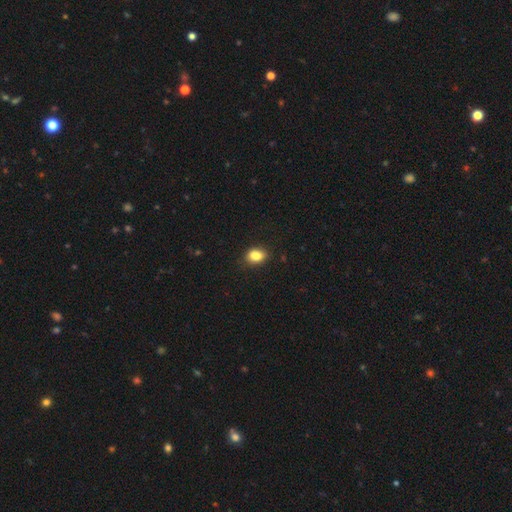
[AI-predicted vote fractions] The model was most divided on "how rounded": in between: 75%, round: 24%, cigar-shaped: 2%. More confident: smooth or featured — smooth (85%); merging — none (83%).